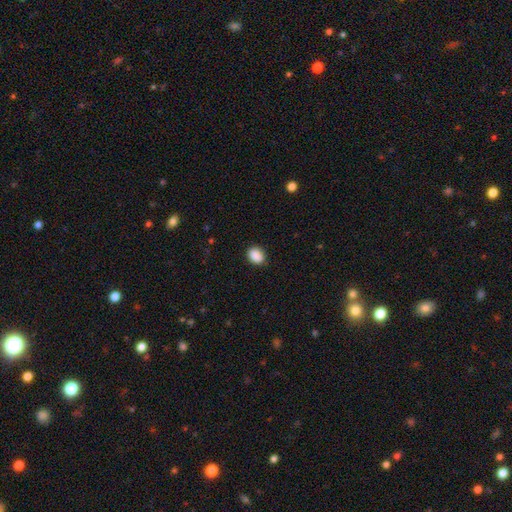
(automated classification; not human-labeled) Smooth or featured? Predicted: smooth (p=0.89). How rounded? Predicted: in between (p=0.56). Merging? Predicted: none (p=0.87).